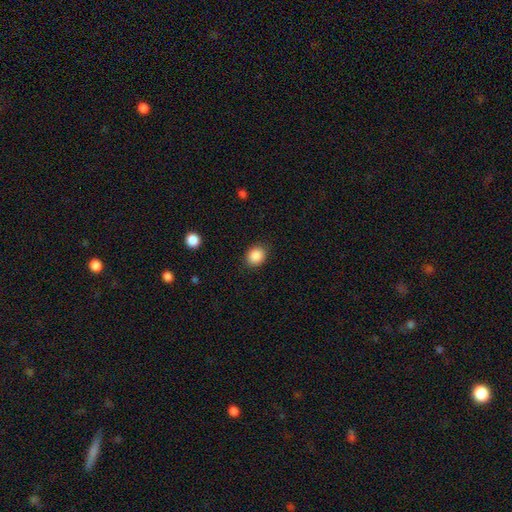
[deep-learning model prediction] Overall: smooth (88%). How rounded: round (60%; in between 39%). Merging: none (88%).